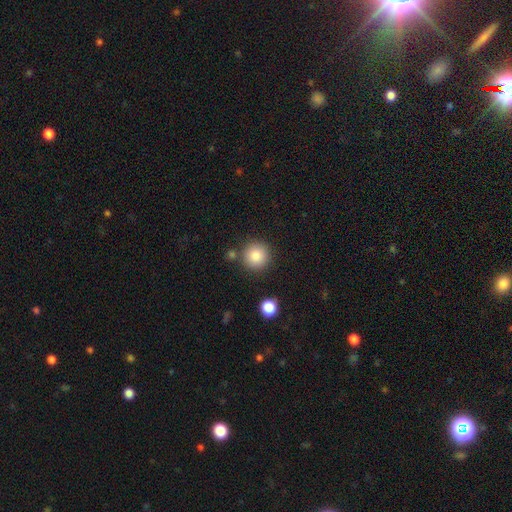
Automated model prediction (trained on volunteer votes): Smooth or featured: smooth — 86% (star or artifact — 9%)
How rounded: round — 94% (in between — 5%)
Merging: none — 83% (minor disturbance — 8%)